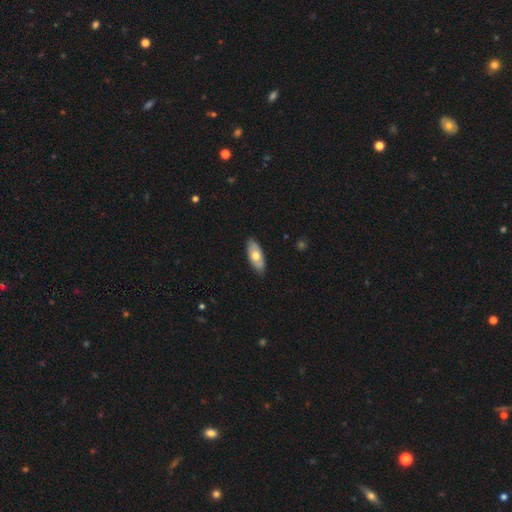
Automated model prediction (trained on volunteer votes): smooth_or_featured: smooth (p=0.59) [alt: featured or disk p=0.36]
how_rounded: in between (p=0.88) [alt: cigar-shaped p=0.09]
merging: none (p=0.85) [alt: minor disturbance p=0.12]